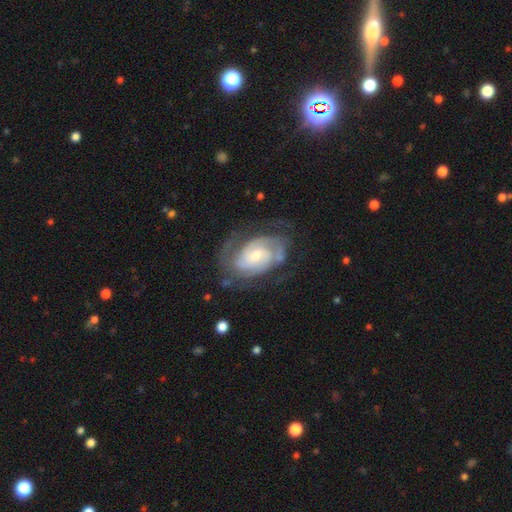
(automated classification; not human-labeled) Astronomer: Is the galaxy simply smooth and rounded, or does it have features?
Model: featured or disk — 85%.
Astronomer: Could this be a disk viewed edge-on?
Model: no — 97%.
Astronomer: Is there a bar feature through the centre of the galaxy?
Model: weak — 47% (runner-up: no, 43%).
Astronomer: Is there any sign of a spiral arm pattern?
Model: yes — 95%.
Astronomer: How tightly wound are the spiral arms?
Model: tight — 56% (runner-up: medium, 35%).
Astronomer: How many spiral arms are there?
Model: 2 — 55%.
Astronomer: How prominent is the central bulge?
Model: small — 46% (runner-up: moderate, 44%).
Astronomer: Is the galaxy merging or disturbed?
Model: none — 62%.